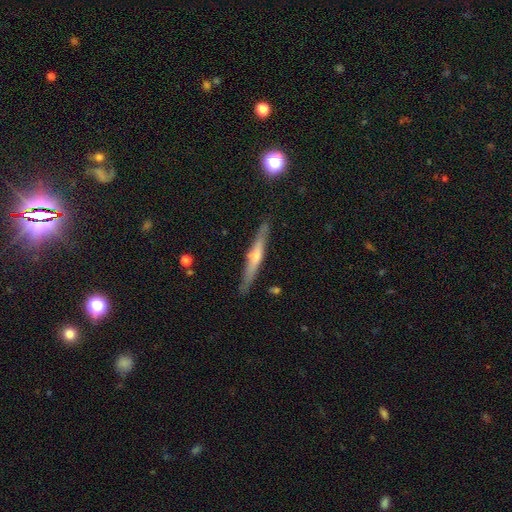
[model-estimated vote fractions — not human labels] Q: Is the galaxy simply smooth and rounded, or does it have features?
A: featured or disk — 64%.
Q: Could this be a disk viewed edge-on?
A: yes — 95%.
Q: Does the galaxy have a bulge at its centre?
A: rounded — 76%.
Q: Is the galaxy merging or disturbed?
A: none — 87%.